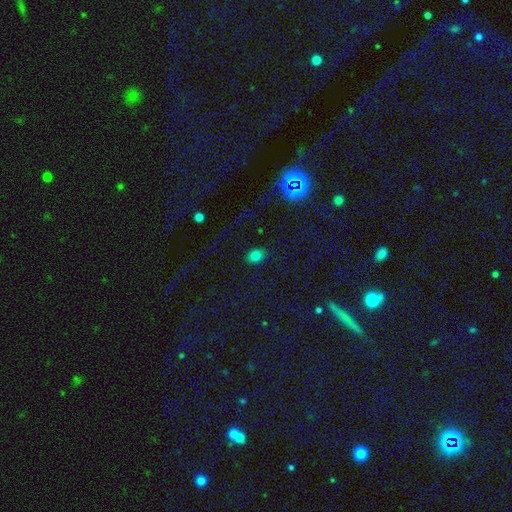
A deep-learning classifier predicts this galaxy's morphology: smooth 79%, star or artifact 15%, featured or disk 7%. Down the decision tree: how rounded — in between (59%); merging — none (87%).